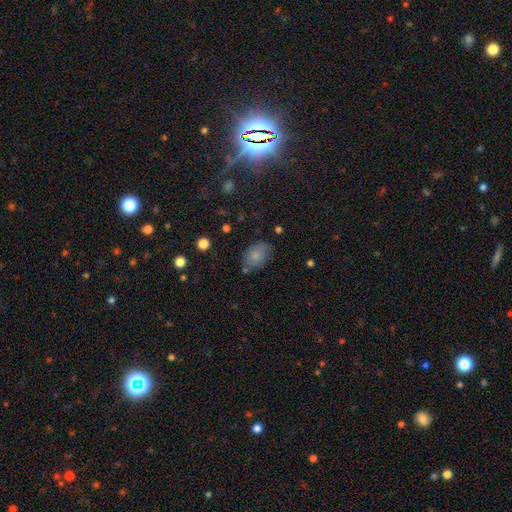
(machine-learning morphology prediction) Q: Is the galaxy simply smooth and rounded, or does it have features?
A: smooth — 80%.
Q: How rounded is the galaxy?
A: in between — 86%.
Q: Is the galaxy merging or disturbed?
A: none — 71%.